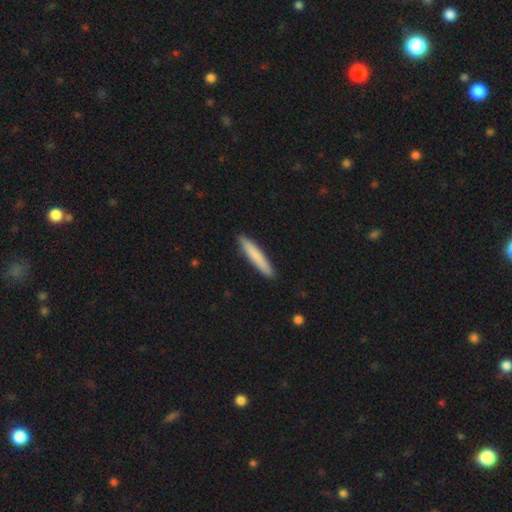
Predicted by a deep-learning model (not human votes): This appears to be a smooth galaxy with no disk features (80%) that is cigar-shaped (94%). Merging: none (91%).